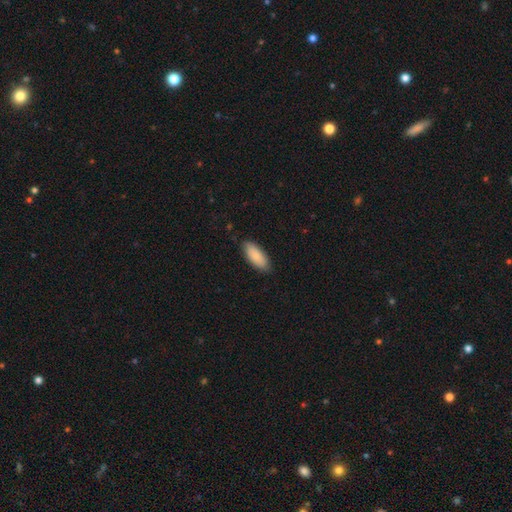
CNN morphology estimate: smooth_or_featured: smooth (p=0.86) [alt: featured or disk p=0.08]
how_rounded: in between (p=0.82) [alt: cigar-shaped p=0.16]
merging: none (p=0.85) [alt: minor disturbance p=0.13]